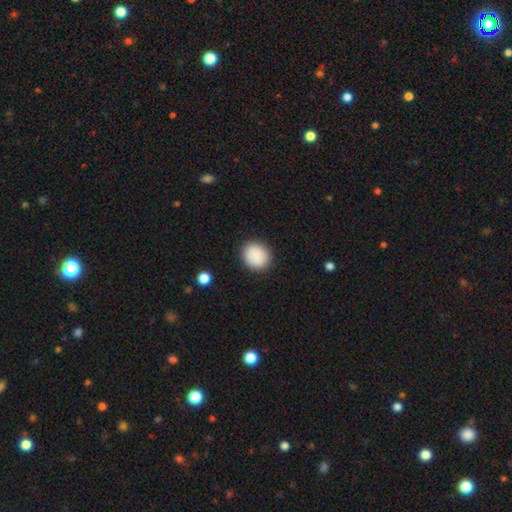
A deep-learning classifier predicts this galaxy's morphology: Smooth or featured? smooth (89%)
How rounded? round (77%)
Merging? none (89%)